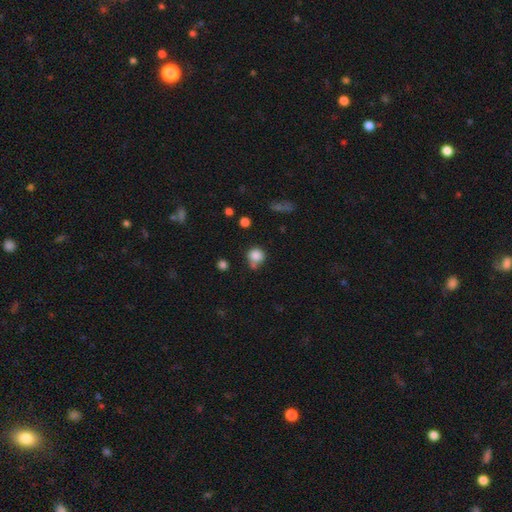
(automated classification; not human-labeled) smooth_or_featured: smooth (p=0.84) [alt: star or artifact p=0.11]
how_rounded: round (p=0.86) [alt: in between p=0.13]
merging: none (p=0.56) [alt: minor disturbance p=0.20]